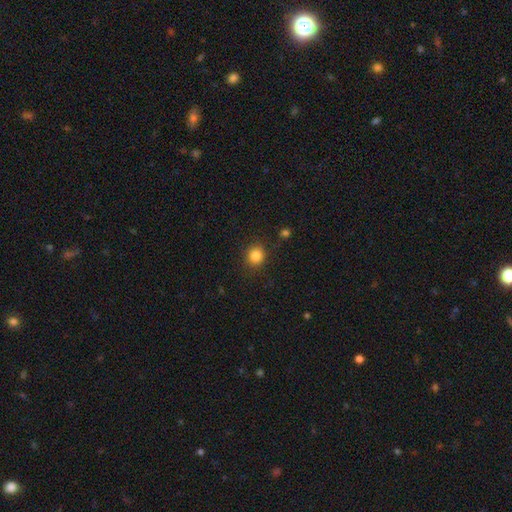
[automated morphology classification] Smooth or featured? smooth (84%)
How rounded? round (85%)
Merging? none (87%)